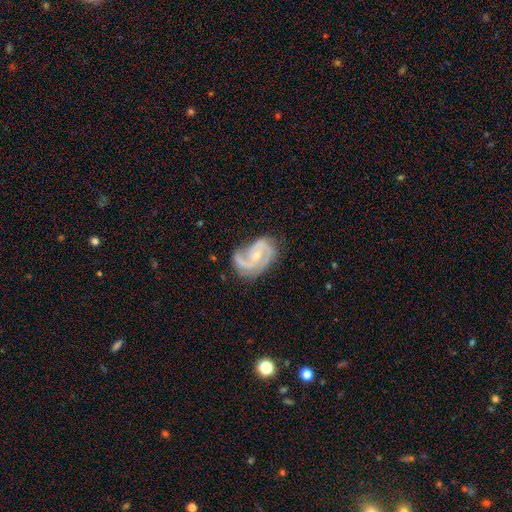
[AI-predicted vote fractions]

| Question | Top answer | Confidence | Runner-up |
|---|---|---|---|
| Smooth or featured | featured or disk | 89% | smooth (6%) |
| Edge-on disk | no | 97% | yes (3%) |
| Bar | no | 60% | weak (30%) |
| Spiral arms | yes | 97% | no (3%) |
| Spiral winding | medium | 51% | tight (32%) |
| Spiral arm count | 2 | 66% | 3 (19%) |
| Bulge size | small | 55% | moderate (42%) |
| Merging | none | 60% | minor disturbance (26%) |